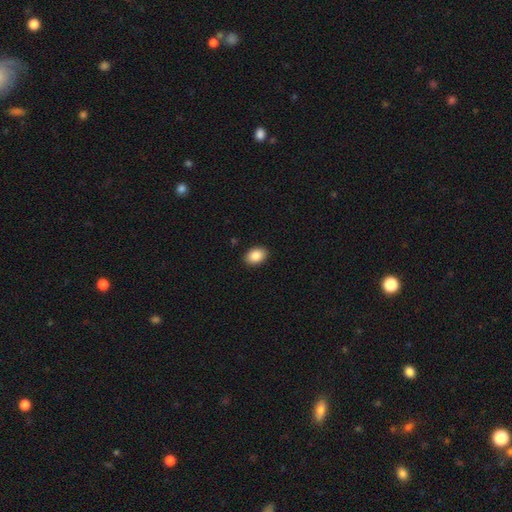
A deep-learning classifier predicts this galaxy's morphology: Smooth or featured: smooth — 87% (star or artifact — 8%)
How rounded: in between — 82% (round — 17%)
Merging: none — 90% (minor disturbance — 7%)